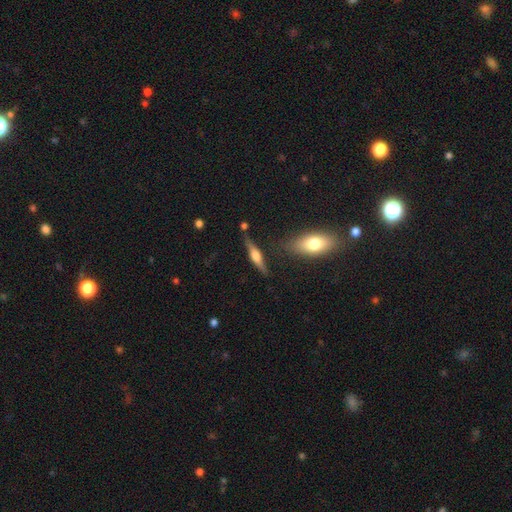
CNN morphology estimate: Smooth or featured: featured or disk — 65% (smooth — 29%)
Edge-on disk: yes — 96% (no — 4%)
Edge-on bulge: rounded — 87% (boxy — 9%)
Merging: none — 80% (minor disturbance — 12%)